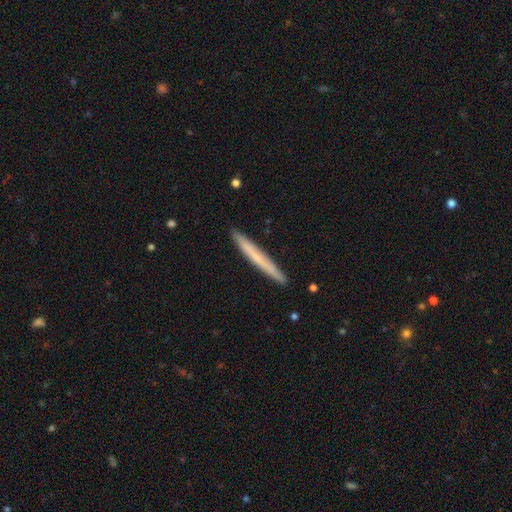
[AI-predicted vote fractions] Smooth or featured: smooth — 60% (featured or disk — 34%)
How rounded: cigar-shaped — 97% (in between — 2%)
Merging: none — 92% (minor disturbance — 6%)